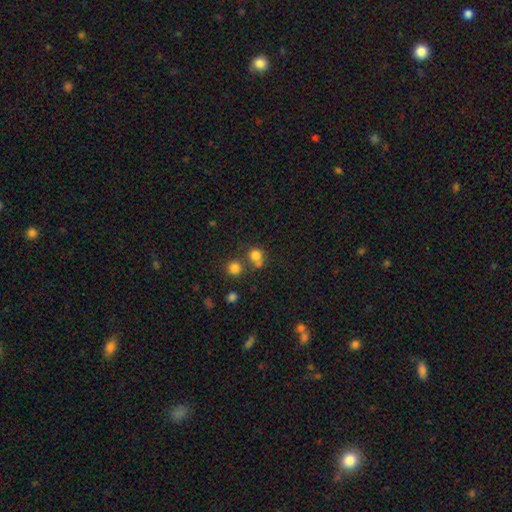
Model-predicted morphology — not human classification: type=smooth (77%); roundness=round (86%); merging=none (55%).